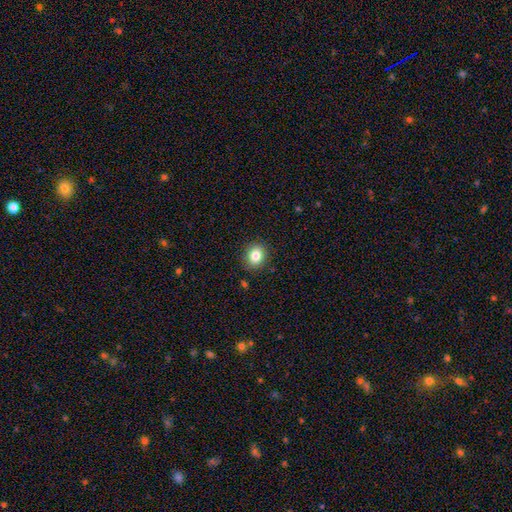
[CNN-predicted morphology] Smooth or featured: smooth — 82% (star or artifact — 10%)
How rounded: round — 65% (in between — 34%)
Merging: none — 88% (minor disturbance — 9%)